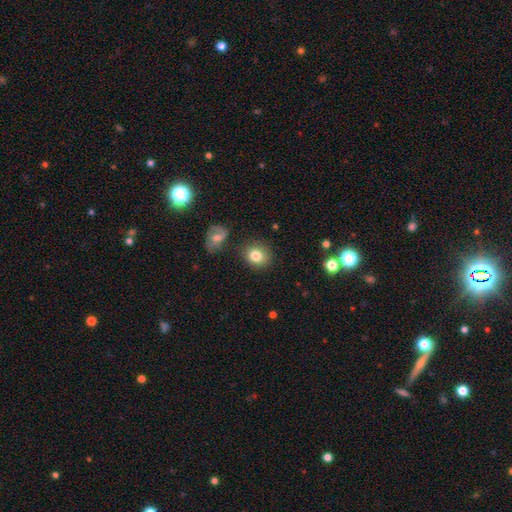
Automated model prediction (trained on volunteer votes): Q: Smooth or featured?
A: smooth (82%); runner-up: star or artifact (9%)
Q: How rounded?
A: round (72%); runner-up: in between (26%)
Q: Merging?
A: none (80%); runner-up: minor disturbance (12%)